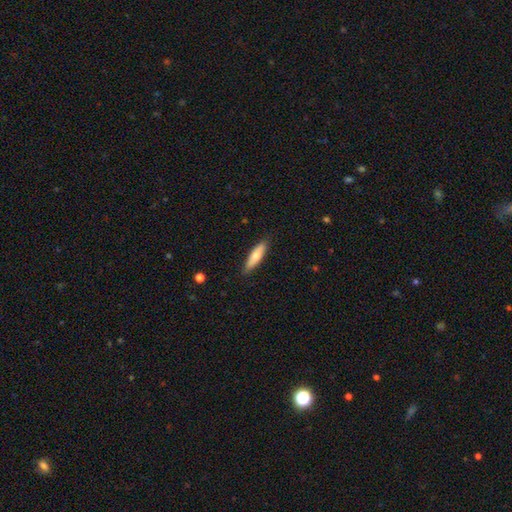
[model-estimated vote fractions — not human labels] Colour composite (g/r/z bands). It shows a smooth galaxy with no disk features (68%) that is cigar-shaped (66%). Merging: none (85%).